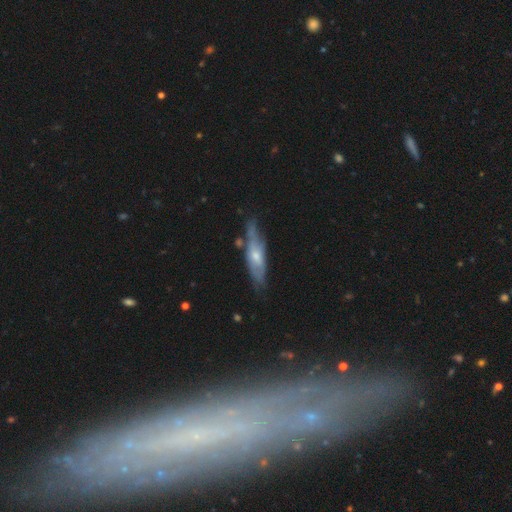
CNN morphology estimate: smooth_or_featured: featured or disk (p=0.60) [alt: smooth p=0.34]
disk_edge_on: yes (p=0.53) [alt: no p=0.47]
merging: none (p=0.62) [alt: minor disturbance p=0.25]